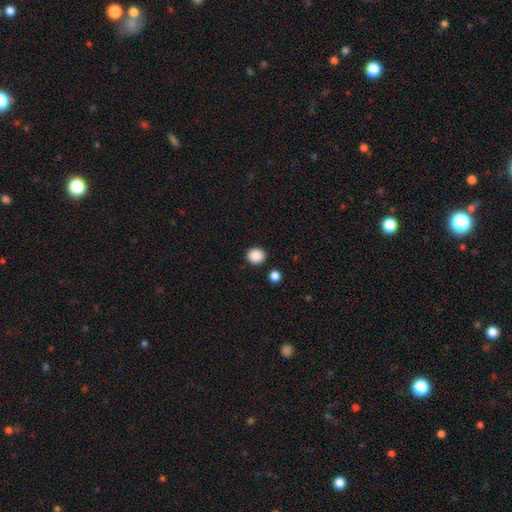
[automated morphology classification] This appears to be a smooth galaxy with no disk features (88%) that is round (88%). Merging: none (90%).